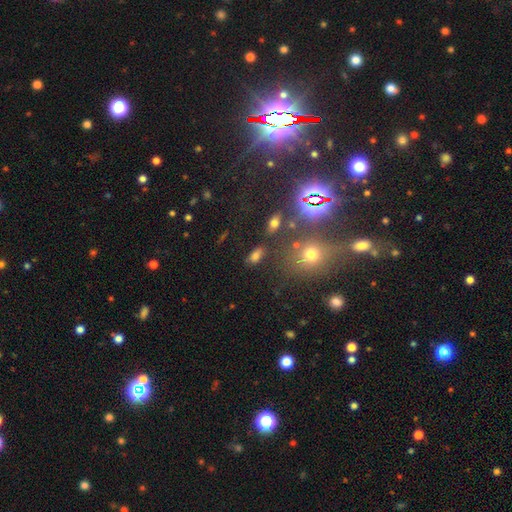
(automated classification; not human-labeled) Smooth or featured? Predicted: smooth (p=0.72). How rounded? Predicted: in between (p=0.84). Merging? Predicted: none (p=0.75).